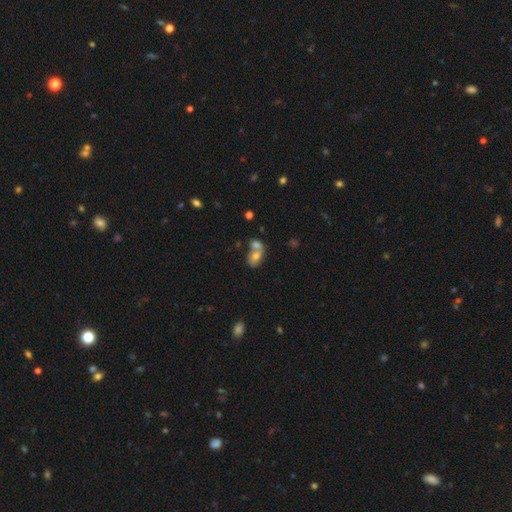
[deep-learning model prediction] Q: Smooth or featured?
A: smooth (68%); runner-up: featured or disk (22%)
Q: How rounded?
A: in between (81%); runner-up: round (17%)
Q: Merging?
A: merger (61%); runner-up: none (26%)